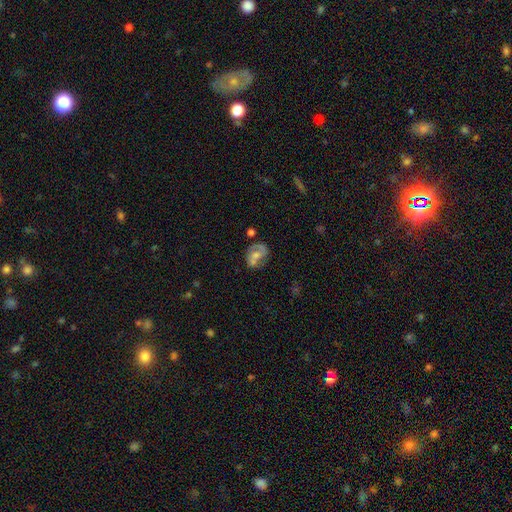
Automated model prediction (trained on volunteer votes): A featured or disk galaxy (63%) with no bar (50%), spiral arms (79%) and a moderate central bulge (44%). Merging: none (52%).